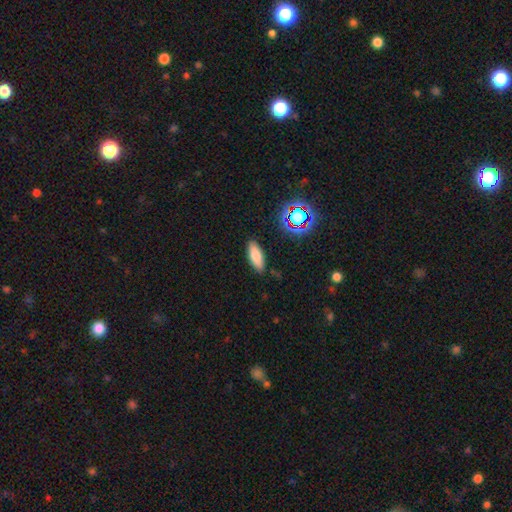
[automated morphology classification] Smooth or featured? Predicted: smooth (p=0.77). How rounded? Predicted: in between (p=0.70). Merging? Predicted: none (p=0.86).